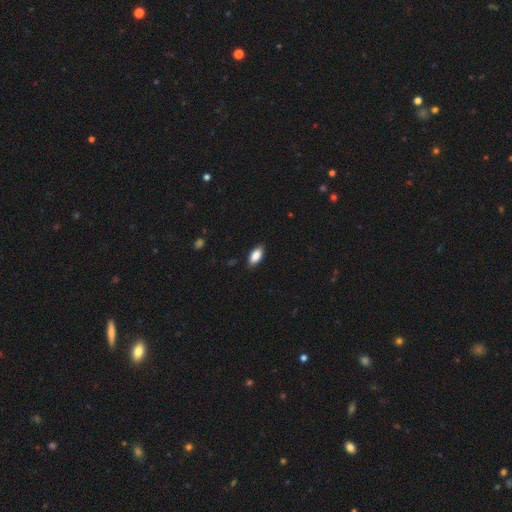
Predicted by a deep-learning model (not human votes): smooth-or-featured: smooth: 87% | star or artifact: 7% | featured or disk: 6%
  how-rounded: in between: 90% | cigar-shaped: 8% | round: 2%
  merging: none: 87% | minor disturbance: 10% | major disturbance: 2% | merger: 1%